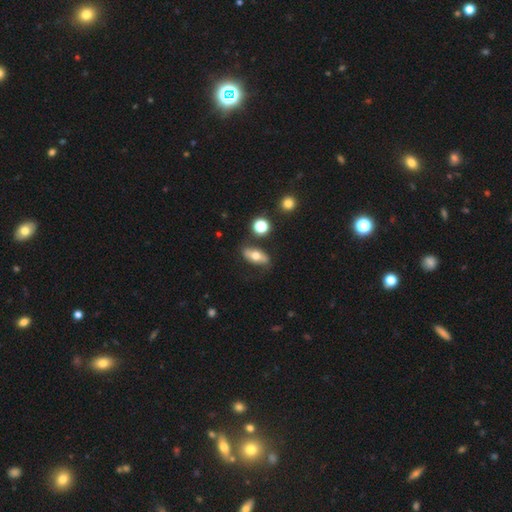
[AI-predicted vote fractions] Q: Smooth or featured?
A: smooth (54%); runner-up: featured or disk (37%)
Q: How rounded?
A: in between (76%); runner-up: cigar-shaped (18%)
Q: Merging?
A: none (76%); runner-up: minor disturbance (15%)